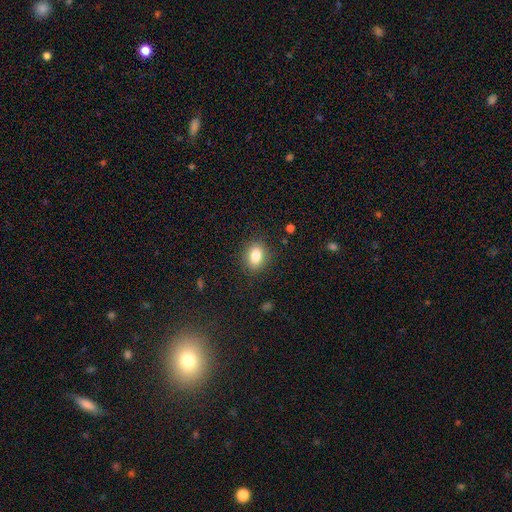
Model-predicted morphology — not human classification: Smooth or featured?
  - smooth: 83% *
  - star or artifact: 10%
  - featured or disk: 7%
How rounded?
  - in between: 59% *
  - round: 40%
  - cigar-shaped: 1%
Merging?
  - none: 86% *
  - minor disturbance: 9%
  - major disturbance: 3%
  - merger: 1%